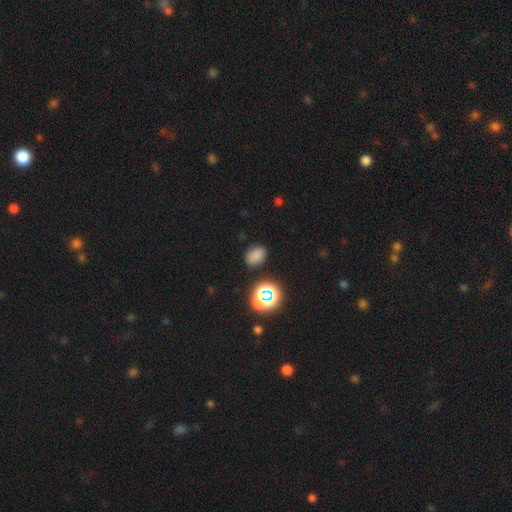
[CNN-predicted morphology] A smooth galaxy with no disk features (74%) that is in between round and cigar-shaped (75%).

Vote fractions:
- Smooth or featured? smooth: 74% / star or artifact: 20% / featured or disk: 6%
- How rounded? in between: 75% / round: 24% / cigar-shaped: 1%
- Merging? none: 82% / minor disturbance: 12% / major disturbance: 3% / merger: 3%